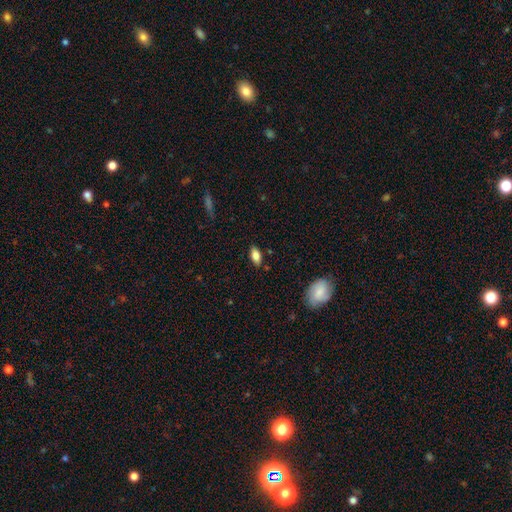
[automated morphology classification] Smooth or featured?
  - smooth: 81% *
  - featured or disk: 11%
  - star or artifact: 8%
How rounded?
  - in between: 89% *
  - cigar-shaped: 8%
  - round: 3%
Merging?
  - none: 85% *
  - minor disturbance: 11%
  - major disturbance: 2%
  - merger: 2%